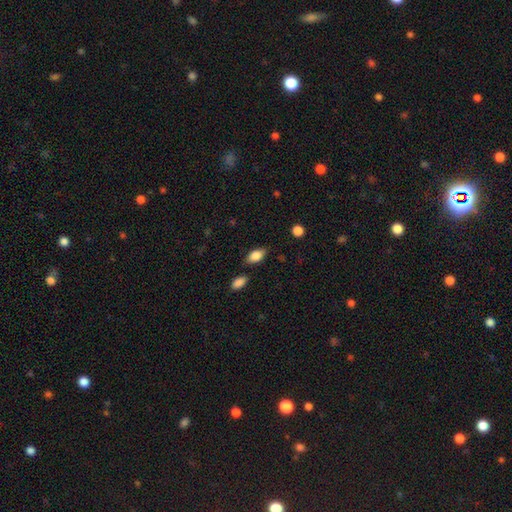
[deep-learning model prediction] smooth 83%, featured or disk 10%, star or artifact 7%. Down the decision tree: how rounded — in between (90%); merging — none (78%).